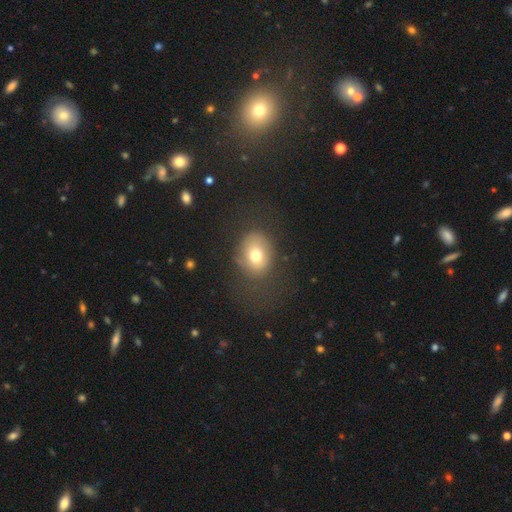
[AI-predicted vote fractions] Smooth or featured?
  - smooth: 71% *
  - featured or disk: 17%
  - star or artifact: 11%
How rounded?
  - round: 52% *
  - in between: 47%
  - cigar-shaped: 1%
Merging?
  - none: 61% *
  - minor disturbance: 19%
  - major disturbance: 18%
  - merger: 2%